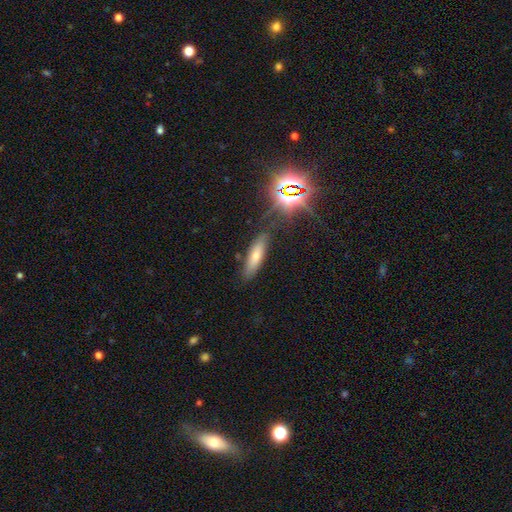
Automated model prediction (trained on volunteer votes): This appears to be a smooth galaxy with no disk features (51%) that is cigar-shaped (62%). Merging: none (81%).